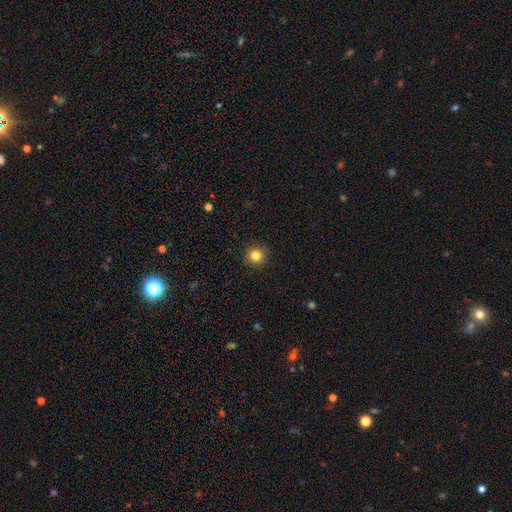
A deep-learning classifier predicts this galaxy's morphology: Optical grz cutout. It shows a smooth galaxy with no disk features (83%) that is round (94%). Merging: none (92%).